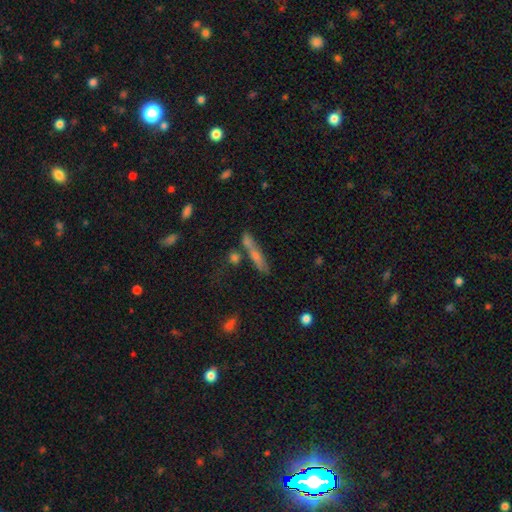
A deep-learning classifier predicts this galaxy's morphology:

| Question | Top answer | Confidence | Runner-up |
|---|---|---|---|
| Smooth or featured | smooth | 50% | featured or disk (38%) |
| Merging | none | 64% | merger (18%) |